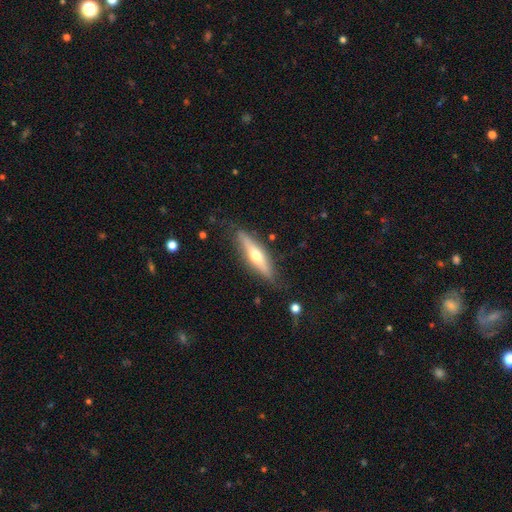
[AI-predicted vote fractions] Q: Smooth or featured?
A: featured or disk (52%); runner-up: smooth (42%)
Q: Edge-on disk?
A: yes (87%); runner-up: no (13%)
Q: Merging?
A: none (80%); runner-up: minor disturbance (15%)